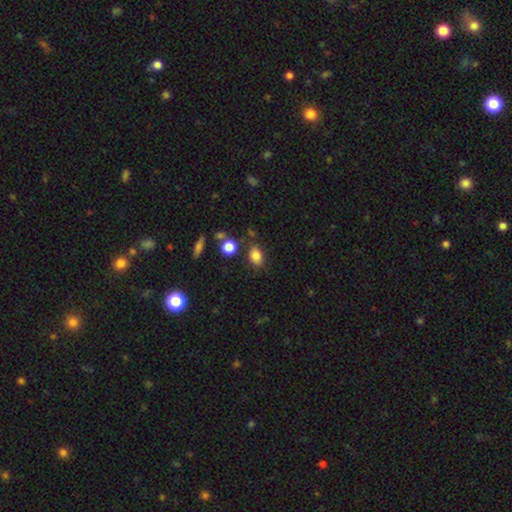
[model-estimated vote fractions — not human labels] Q: Smooth or featured?
A: smooth (83%); runner-up: star or artifact (11%)
Q: How rounded?
A: in between (73%); runner-up: round (26%)
Q: Merging?
A: none (75%); runner-up: minor disturbance (14%)